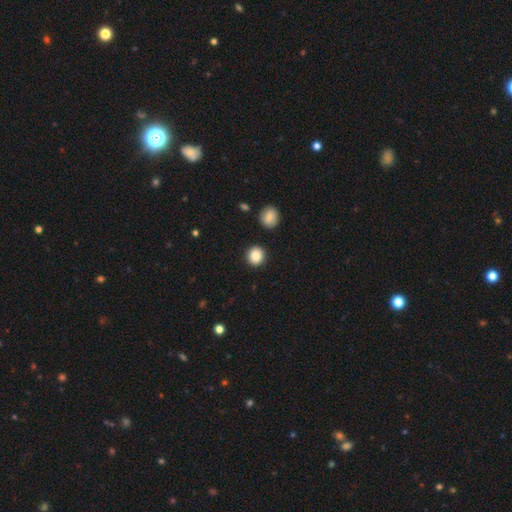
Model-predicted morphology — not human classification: Overall: smooth (87%). How rounded: round (90%). Merging: none (90%).